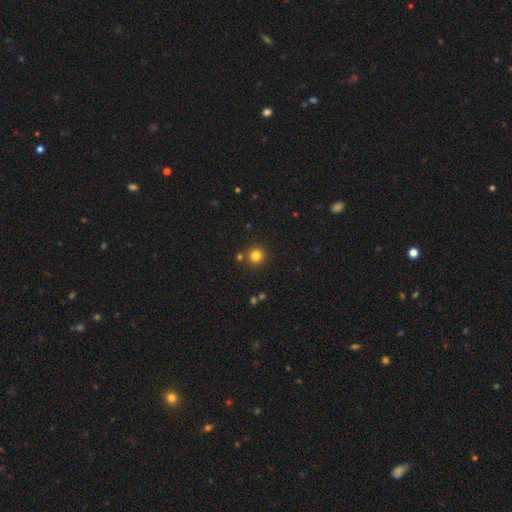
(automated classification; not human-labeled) Overall: smooth (81%). How rounded: round (93%). Merging: none (85%).